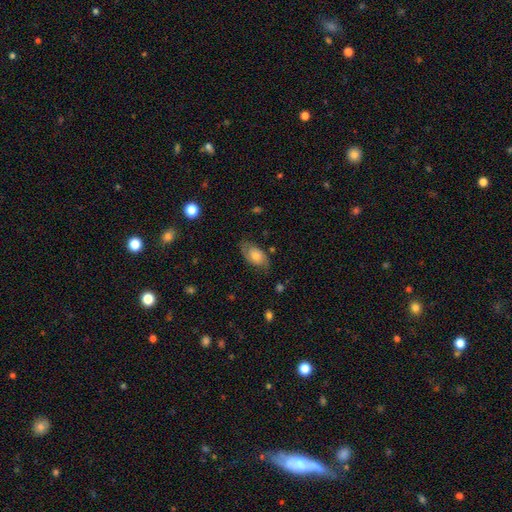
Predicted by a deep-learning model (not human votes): Smooth or featured: smooth — 49% (featured or disk — 43%)
Merging: none — 70% (minor disturbance — 21%)